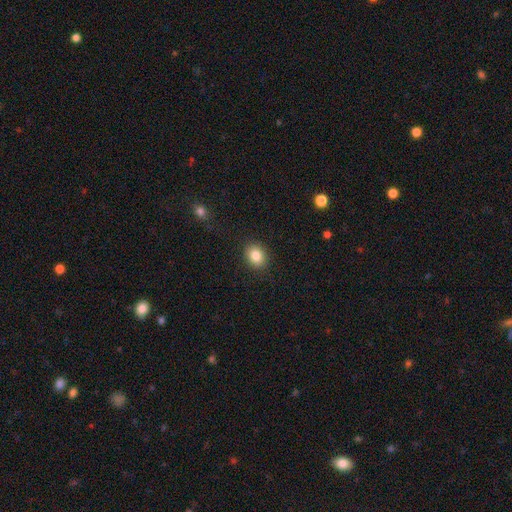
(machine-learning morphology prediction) Overall: smooth (84%). How rounded: round (50%; in between 49%). Merging: none (89%).